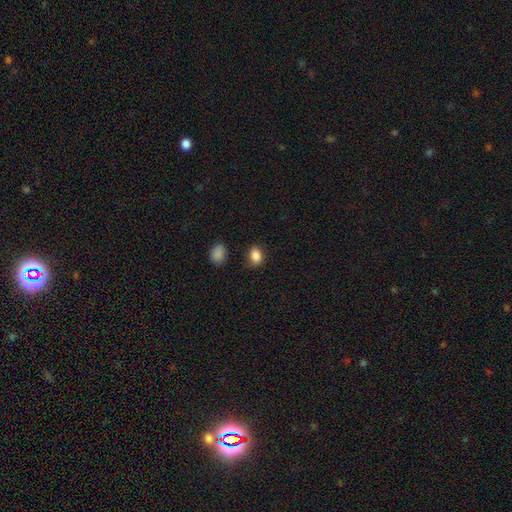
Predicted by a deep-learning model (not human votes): Smooth or featured? smooth (87%)
How rounded? in between (73%)
Merging? none (78%)